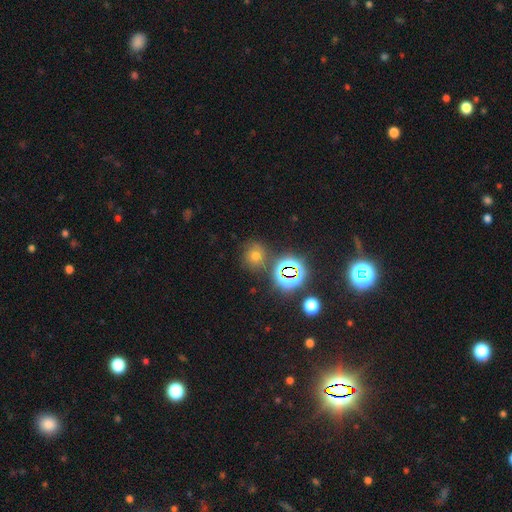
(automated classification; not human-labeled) Q: Smooth or featured?
A: smooth (50%); runner-up: star or artifact (39%)
Q: Merging?
A: none (78%); runner-up: minor disturbance (11%)